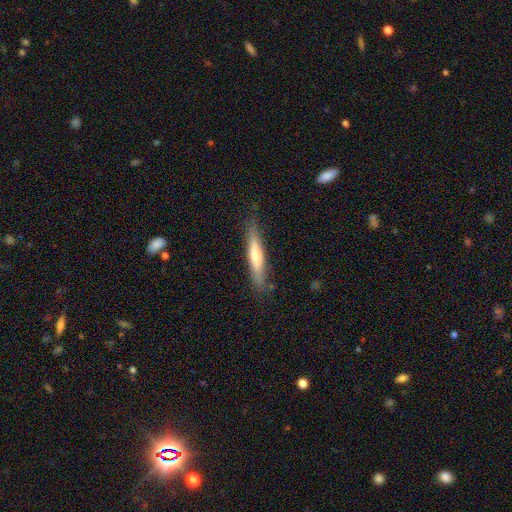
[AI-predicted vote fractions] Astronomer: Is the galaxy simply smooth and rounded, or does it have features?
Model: smooth — 60%.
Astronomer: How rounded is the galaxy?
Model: cigar-shaped — 90%.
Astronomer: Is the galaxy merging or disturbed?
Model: none — 82%.